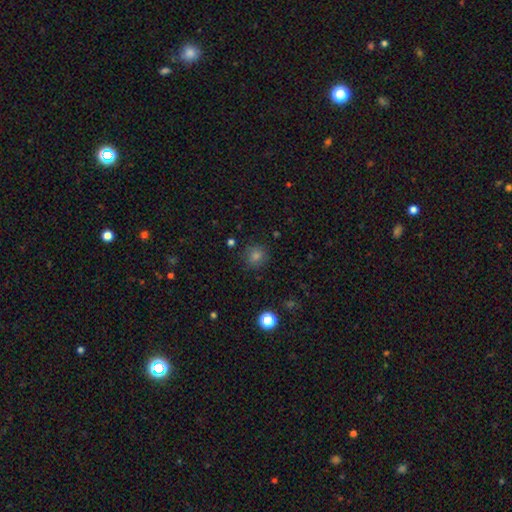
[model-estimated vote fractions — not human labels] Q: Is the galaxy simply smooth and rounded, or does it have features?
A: smooth — 75%.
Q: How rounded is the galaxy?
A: round — 91%.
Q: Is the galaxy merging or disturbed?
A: none — 88%.